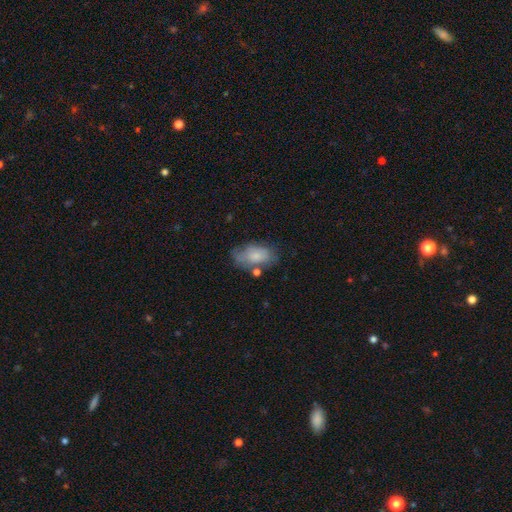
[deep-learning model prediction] The model was most divided on "merging": none: 52%, minor disturbance: 28%, major disturbance: 11%, merger: 9%. More confident: how rounded — in between (91%); smooth or featured — smooth (71%).